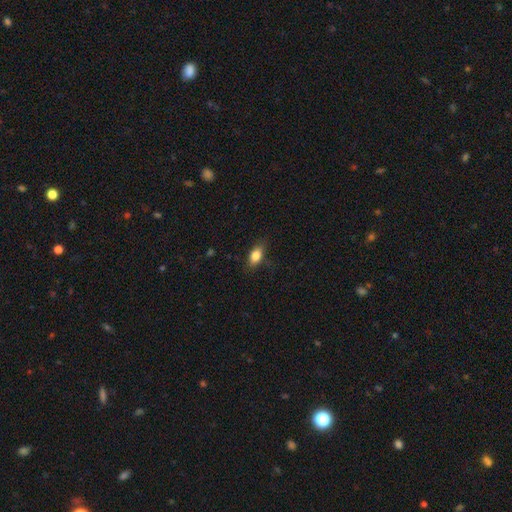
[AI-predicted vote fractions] A smooth galaxy with no disk features (82%) that is in between round and cigar-shaped (84%). Merging: none (79%).